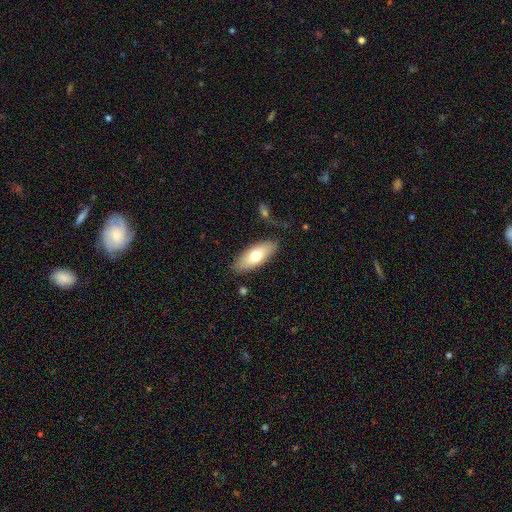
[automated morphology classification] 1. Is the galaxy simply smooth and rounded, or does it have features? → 69% smooth, 25% featured or disk, 6% star or artifact.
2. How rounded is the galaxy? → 79% in between, 18% cigar-shaped, 2% round.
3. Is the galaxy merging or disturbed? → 82% none, 12% minor disturbance, 3% major disturbance, 3% merger.